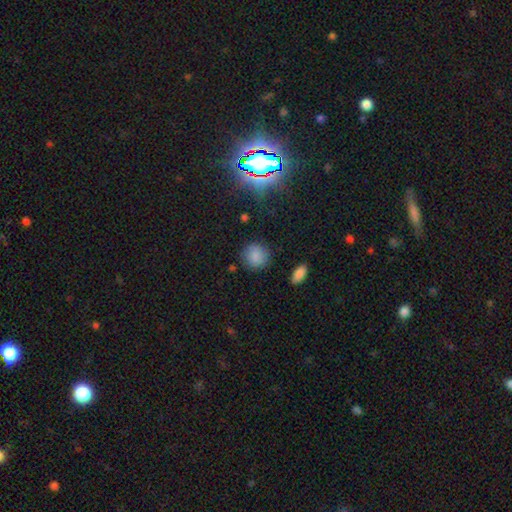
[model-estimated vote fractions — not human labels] smooth-or-featured: smooth: 85% | star or artifact: 10% | featured or disk: 5%
  how-rounded: round: 87% | in between: 11% | cigar-shaped: 1%
  merging: none: 83% | minor disturbance: 11% | major disturbance: 4% | merger: 2%